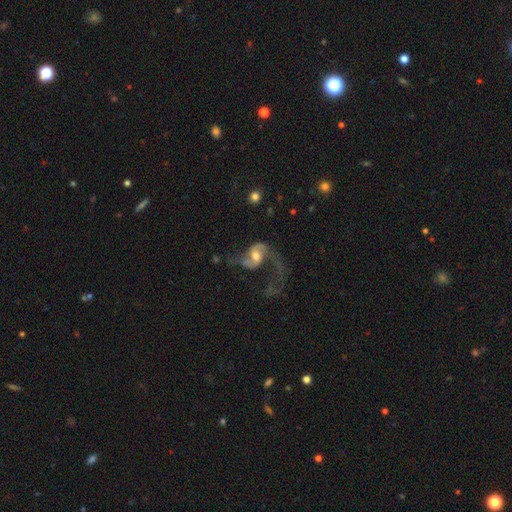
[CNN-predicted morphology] A featured or disk galaxy (78%) with no bar (48%), 2 (79%) loose (76%) spiral arms (89%) and a moderate central bulge (66%).

Vote fractions:
- Smooth or featured? featured or disk: 78% / smooth: 15% / star or artifact: 7%
- Edge-on disk? no: 97% / yes: 3%
- Bar? no: 48% / weak: 38% / strong: 14%
- Spiral arms? yes: 89% / no: 11%
- Spiral winding? loose: 76% / medium: 19% / tight: 4%
- Spiral arm count? 2: 79% / 1: 15% / can't tell: 3% / 3: 1% / 4: 1% / more than 4: 1%
- Bulge size? moderate: 66% / small: 19% / large: 11% / none: 2% / dominant: 2%
- Merging? major disturbance: 45% / none: 35% / minor disturbance: 14% / merger: 6%